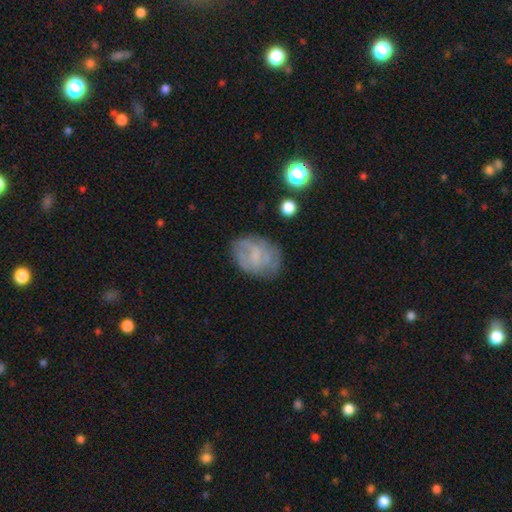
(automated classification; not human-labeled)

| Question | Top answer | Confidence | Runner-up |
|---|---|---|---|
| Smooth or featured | featured or disk | 49% | smooth (41%) |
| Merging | none | 64% | minor disturbance (22%) |